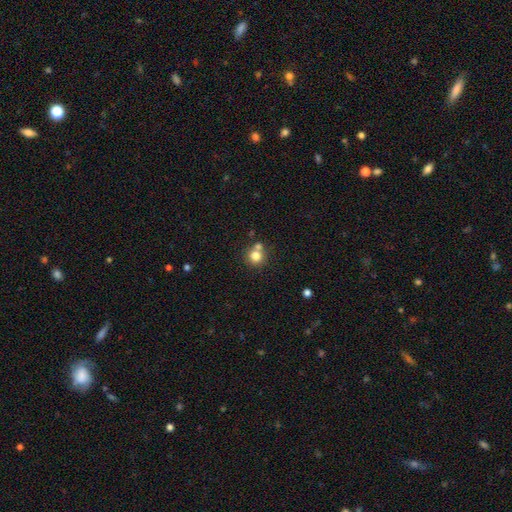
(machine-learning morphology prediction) This appears to be a smooth galaxy with no disk features (79%) that is round (90%). Merging: none (60%).